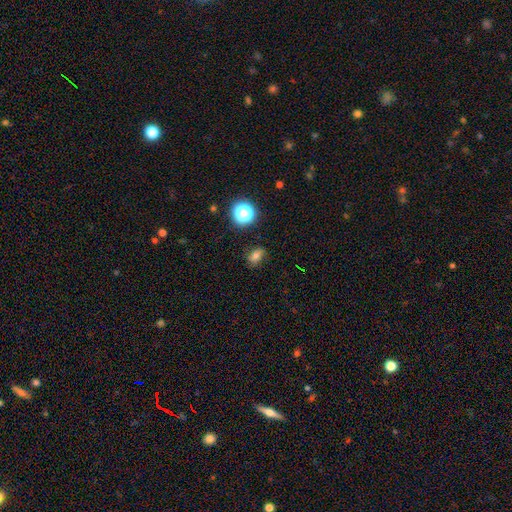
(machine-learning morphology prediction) The model was most divided on "how rounded": in between: 68%, round: 29%, cigar-shaped: 3%. More confident: merging — none (77%); smooth or featured — smooth (67%).